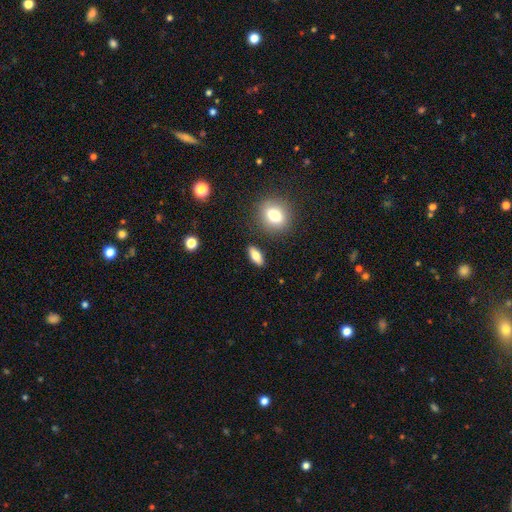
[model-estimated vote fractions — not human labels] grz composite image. It shows a smooth galaxy with no disk features (73%) that is in between round and cigar-shaped (69%). Merging: none (87%).